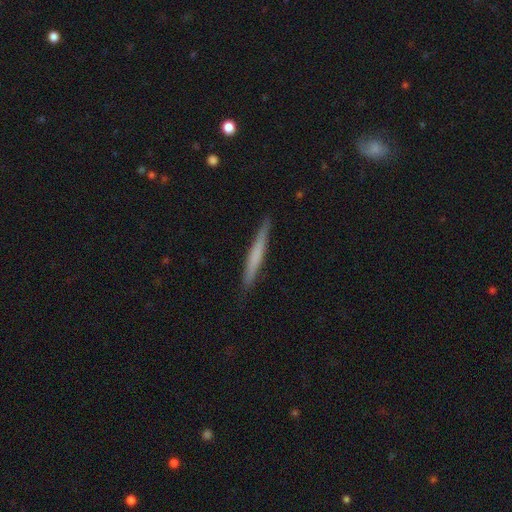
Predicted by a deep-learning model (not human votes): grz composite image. It shows a smooth galaxy with no disk features (56%) that is cigar-shaped (96%). Merging: none (89%).